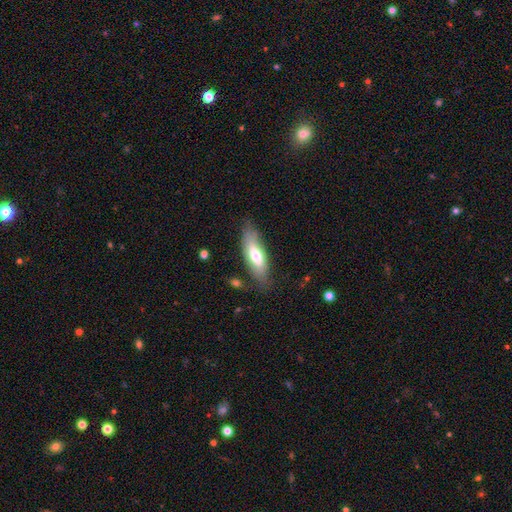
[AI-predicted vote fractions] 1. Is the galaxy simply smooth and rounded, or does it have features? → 60% smooth, 34% featured or disk, 6% star or artifact.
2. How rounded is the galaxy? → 57% in between, 41% cigar-shaped, 2% round.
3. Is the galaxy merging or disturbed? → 73% none, 20% minor disturbance, 5% major disturbance, 2% merger.